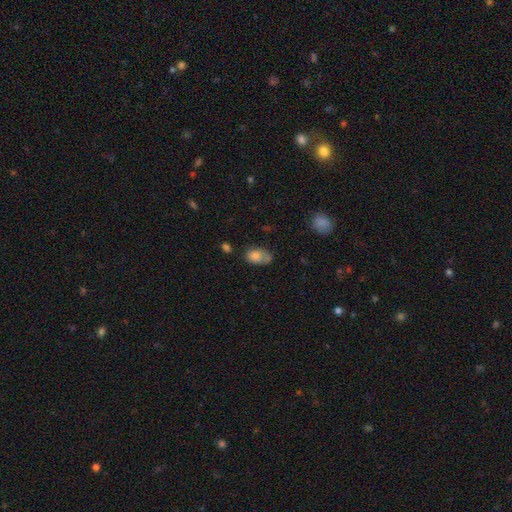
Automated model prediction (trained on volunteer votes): Smooth or featured? Predicted: smooth (p=0.78). How rounded? Predicted: in between (p=0.86). Merging? Predicted: none (p=0.44).